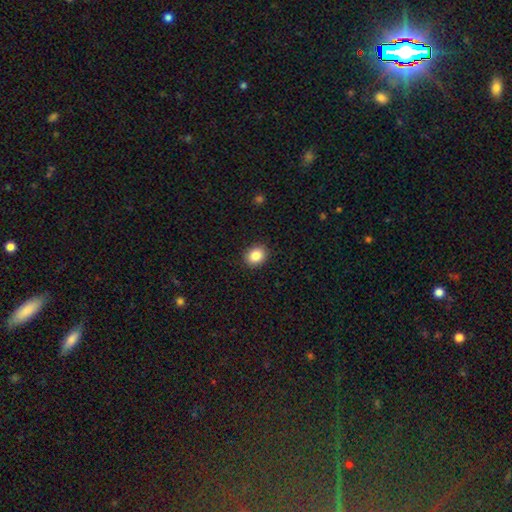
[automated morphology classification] The model was most divided on "how rounded": round: 57%, in between: 42%, cigar-shaped: 1%. More confident: merging — none (90%); smooth or featured — smooth (86%).